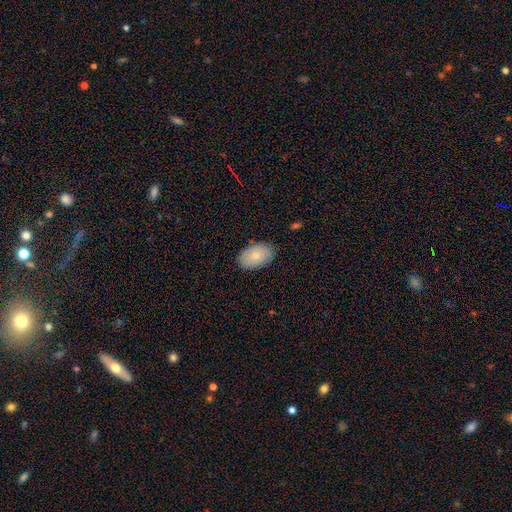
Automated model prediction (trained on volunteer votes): Smooth or featured? smooth (80%)
How rounded? in between (91%)
Merging? none (85%)